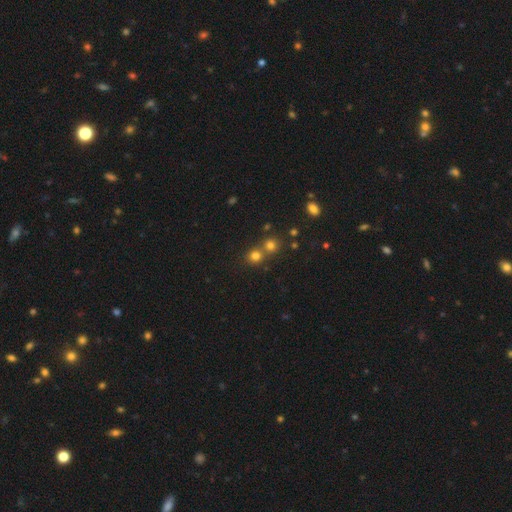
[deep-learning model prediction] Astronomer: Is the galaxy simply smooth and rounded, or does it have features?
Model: smooth — 75%.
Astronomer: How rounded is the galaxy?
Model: round — 87%.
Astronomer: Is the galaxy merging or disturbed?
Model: none — 56% (runner-up: merger, 36%).